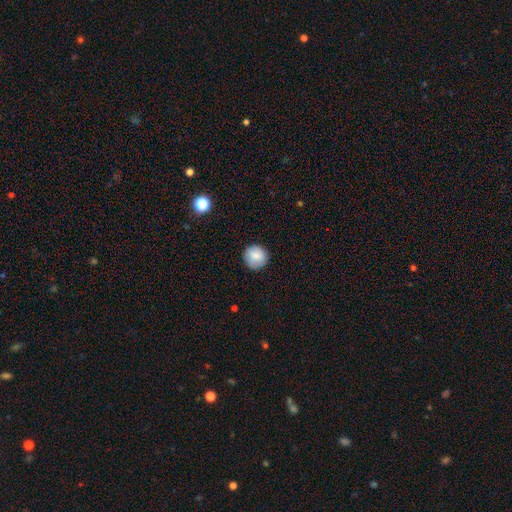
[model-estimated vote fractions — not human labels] Smooth or featured?
  - smooth: 84% *
  - star or artifact: 8%
  - featured or disk: 8%
How rounded?
  - round: 93% *
  - in between: 6%
  - cigar-shaped: 1%
Merging?
  - none: 87% *
  - minor disturbance: 10%
  - major disturbance: 2%
  - merger: 1%